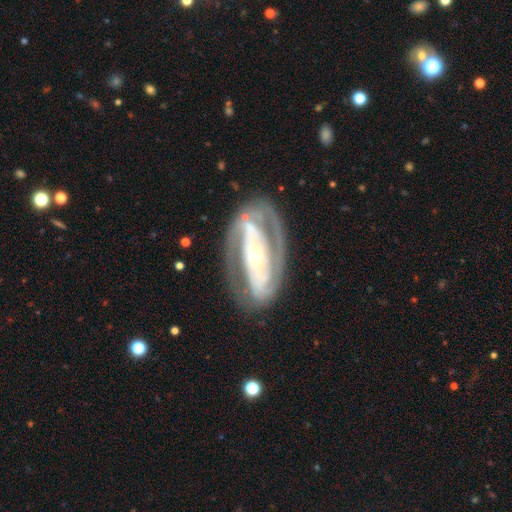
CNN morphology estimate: This appears to be a featured or disk galaxy (86%) with no bar (41%), 2 (76%) tight (51%) spiral arms (85%) and a small central bulge (51%). Merging: none (73%).